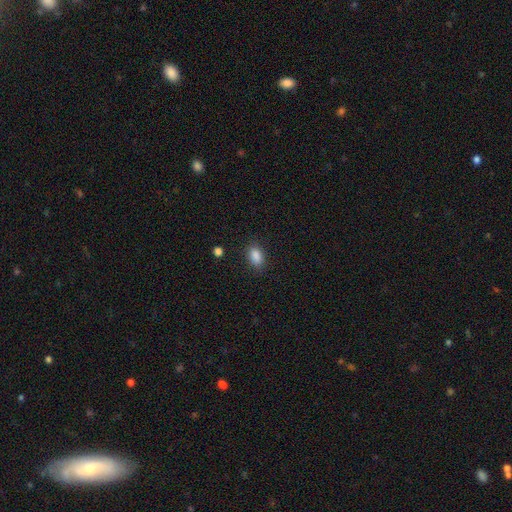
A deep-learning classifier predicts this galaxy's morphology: Smooth or featured? Predicted: smooth (p=0.88). How rounded? Predicted: in between (p=0.87). Merging? Predicted: none (p=0.86).